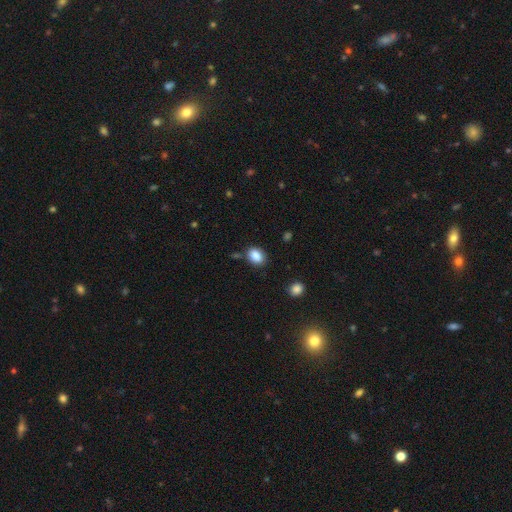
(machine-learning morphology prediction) smooth 87%, star or artifact 9%, featured or disk 4%. Down the decision tree: how rounded — in between (70%); merging — none (77%).